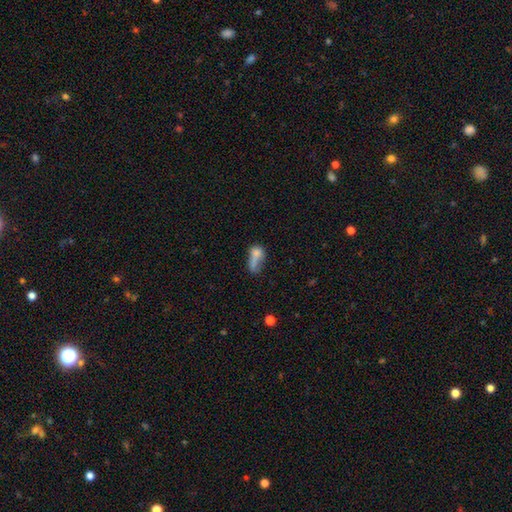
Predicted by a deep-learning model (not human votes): Smooth or featured? smooth (67%)
How rounded? in between (71%)
Merging? merger (33%)